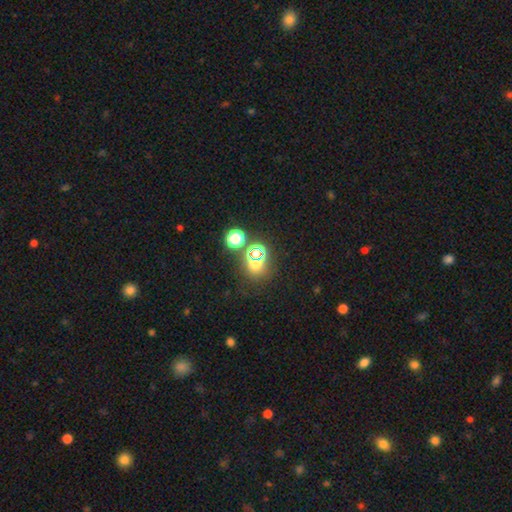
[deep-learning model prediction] smooth_or_featured: star or artifact (p=0.47) [alt: smooth p=0.45]